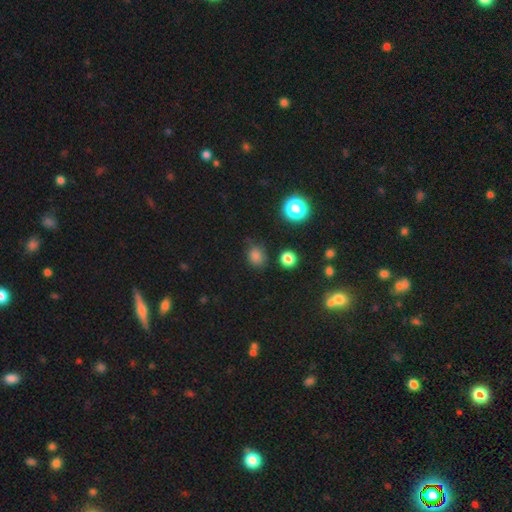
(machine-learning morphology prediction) type=smooth (77%); roundness=round (59%); merging=none (72%).